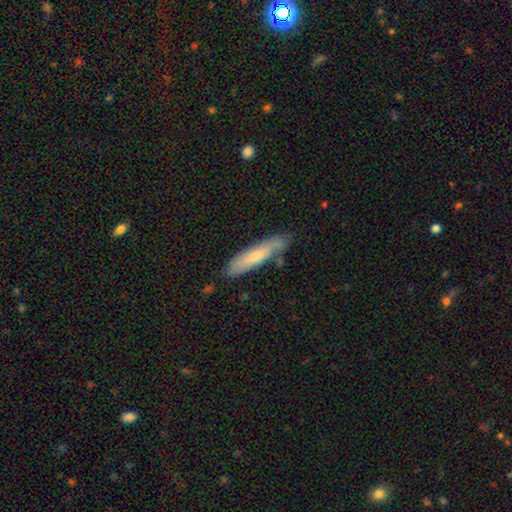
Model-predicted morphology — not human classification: smooth-or-featured: smooth: 49% | featured or disk: 41% | star or artifact: 10%
  merging: none: 79% | minor disturbance: 16% | major disturbance: 3% | merger: 2%